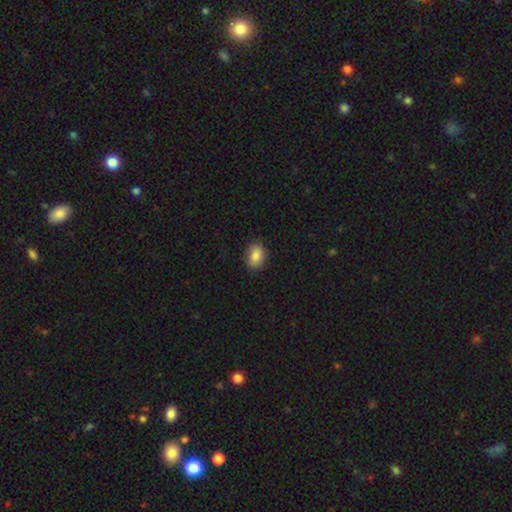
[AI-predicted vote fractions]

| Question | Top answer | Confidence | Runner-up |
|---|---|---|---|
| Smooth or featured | smooth | 86% | star or artifact (8%) |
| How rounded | in between | 72% | round (27%) |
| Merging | none | 87% | minor disturbance (10%) |